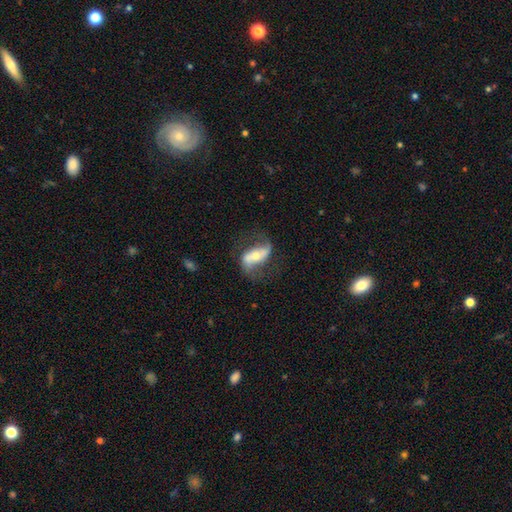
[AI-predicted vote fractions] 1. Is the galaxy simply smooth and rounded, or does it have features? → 74% featured or disk, 20% smooth, 6% star or artifact.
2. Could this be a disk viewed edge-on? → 91% no, 9% yes.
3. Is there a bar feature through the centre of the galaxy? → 45% strong, 29% no, 26% weak.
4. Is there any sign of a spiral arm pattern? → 88% yes, 12% no.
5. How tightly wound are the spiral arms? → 62% loose, 29% medium, 9% tight.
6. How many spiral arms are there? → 89% 2, 5% can't tell, 4% 1, 1% 3, 1% 4, 1% more than 4.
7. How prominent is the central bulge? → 52% moderate, 38% small, 6% large, 2% none, 2% dominant.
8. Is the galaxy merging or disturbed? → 64% none, 19% minor disturbance, 14% major disturbance, 2% merger.